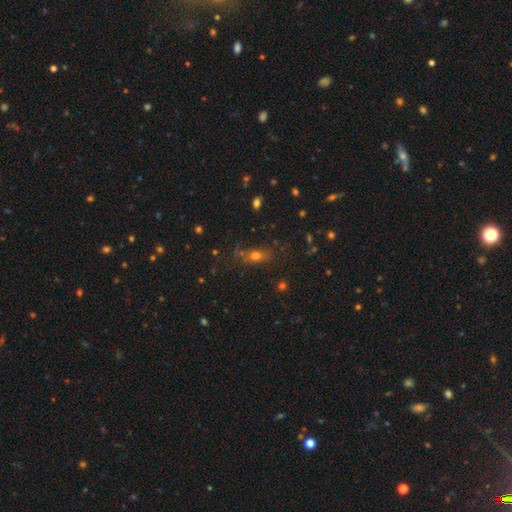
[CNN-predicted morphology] A smooth galaxy with no disk features (65%) that is in between round and cigar-shaped (66%).

Vote fractions:
- Smooth or featured? smooth: 65% / star or artifact: 20% / featured or disk: 15%
- How rounded? in between: 66% / round: 17% / cigar-shaped: 17%
- Merging? none: 71% / minor disturbance: 17% / major disturbance: 7% / merger: 4%